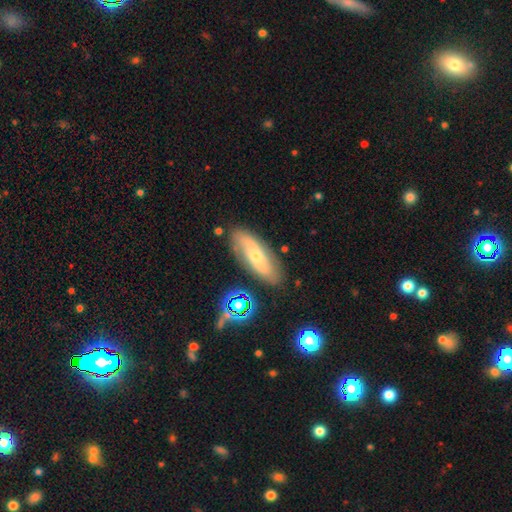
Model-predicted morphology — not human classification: Smooth or featured: featured or disk — 56% (smooth — 36%)
Edge-on disk: no — 76% (yes — 24%)
Merging: none — 81% (minor disturbance — 13%)